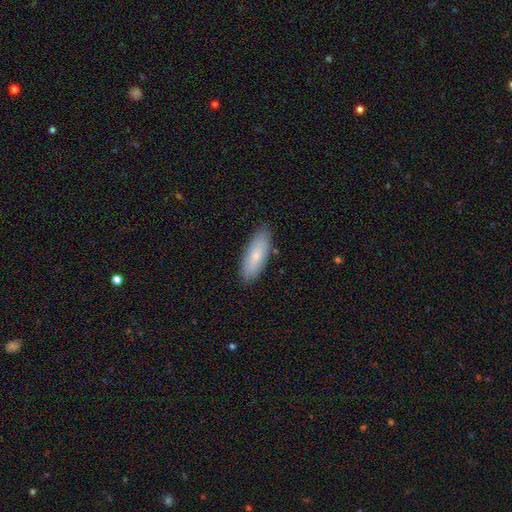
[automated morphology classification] A smooth galaxy with no disk features (74%) that is in between round and cigar-shaped (71%). Merging: none (86%).